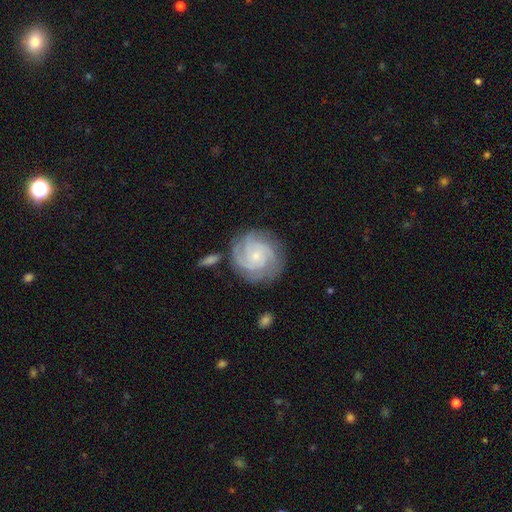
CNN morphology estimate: A featured or disk galaxy (87%) with no bar (73%), 3 (46%) tight (71%) spiral arms (98%) and a small central bulge (76%).

Vote fractions:
- Smooth or featured? featured or disk: 87% / smooth: 8% / star or artifact: 5%
- Edge-on disk? no: 98% / yes: 2%
- Bar? no: 73% / weak: 22% / strong: 4%
- Spiral arms? yes: 98% / no: 2%
- Spiral winding? tight: 71% / medium: 26% / loose: 3%
- Spiral arm count? 3: 46% / 4: 20% / 2: 14% / can't tell: 11% / more than 4: 4% / 1: 4%
- Bulge size? small: 76% / moderate: 18% / none: 3% / large: 1% / dominant: 1%
- Merging? none: 79% / minor disturbance: 14% / major disturbance: 4% / merger: 3%